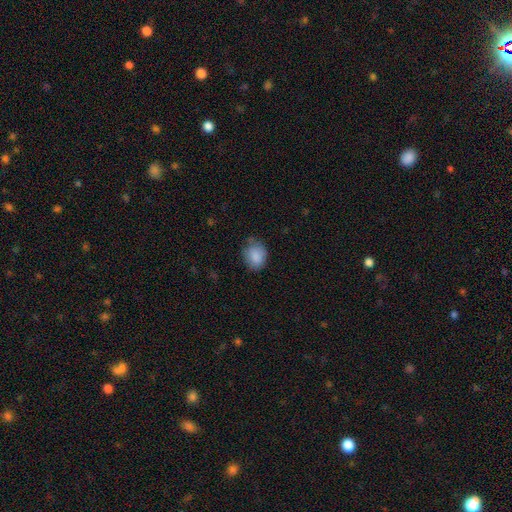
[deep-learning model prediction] smooth_or_featured: smooth (p=0.86) [alt: star or artifact p=0.08]
how_rounded: in between (p=0.52) [alt: round p=0.47]
merging: none (p=0.65) [alt: minor disturbance p=0.27]